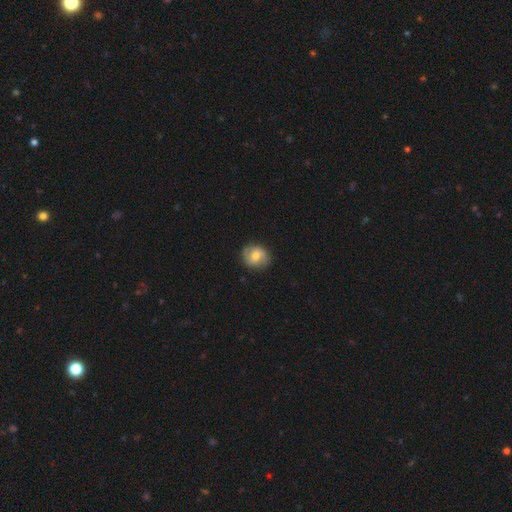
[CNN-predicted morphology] Overall: smooth (52%; featured or disk 41%). How rounded: round (67%; in between 32%). Merging: none (79%).